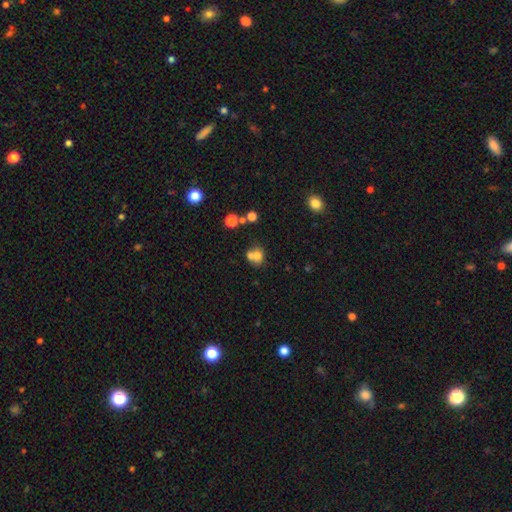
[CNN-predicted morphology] Smooth or featured?
  - smooth: 69% *
  - featured or disk: 17%
  - star or artifact: 14%
How rounded?
  - round: 68% *
  - in between: 31%
  - cigar-shaped: 1%
Merging?
  - merger: 53% *
  - none: 34%
  - minor disturbance: 8%
  - major disturbance: 5%